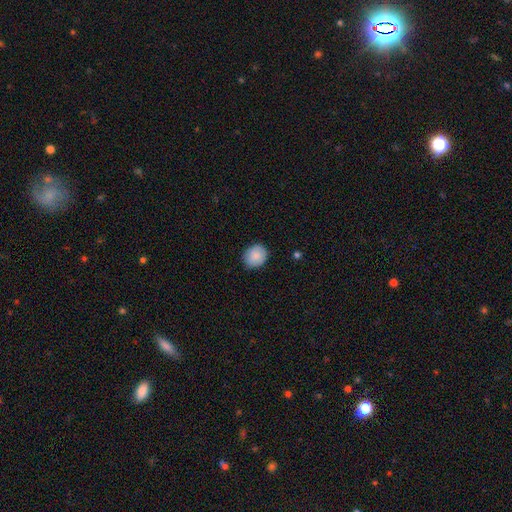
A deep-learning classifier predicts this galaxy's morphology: Smooth or featured?
  - smooth: 88% *
  - star or artifact: 7%
  - featured or disk: 5%
How rounded?
  - round: 67% *
  - in between: 32%
  - cigar-shaped: 1%
Merging?
  - none: 86% *
  - minor disturbance: 11%
  - major disturbance: 2%
  - merger: 1%